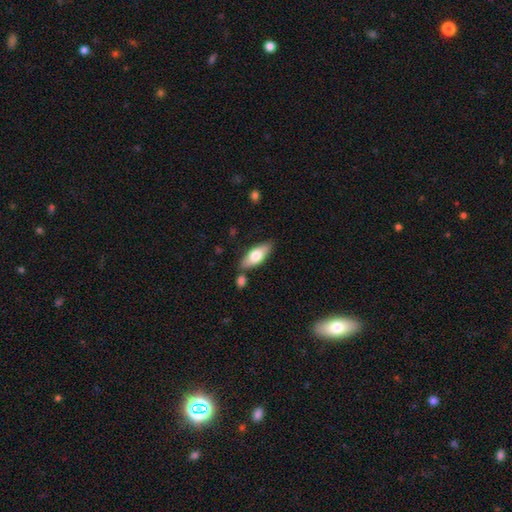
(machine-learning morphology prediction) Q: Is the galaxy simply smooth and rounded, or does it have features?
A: smooth — 68%.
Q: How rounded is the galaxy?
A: in between — 73%.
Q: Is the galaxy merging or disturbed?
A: none — 75%.